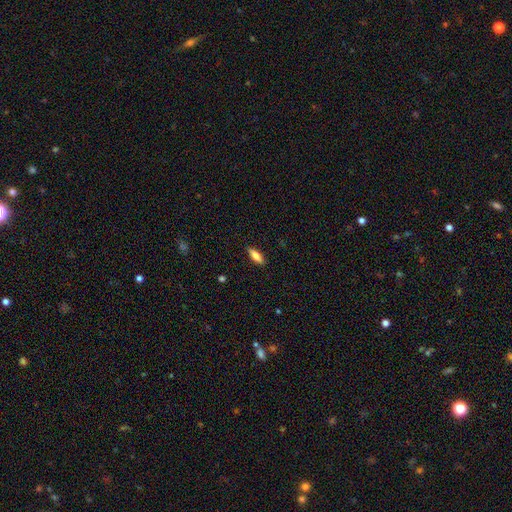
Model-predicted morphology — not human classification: Smooth or featured? smooth (75%)
How rounded? in between (59%)
Merging? none (88%)